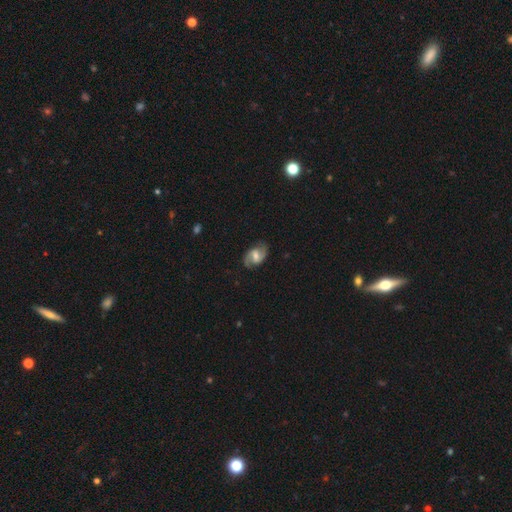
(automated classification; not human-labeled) A featured or disk galaxy (83%) with a weak bar (55%), 2 (93%) medium (52%) spiral arms (95%) and a moderate central bulge (60%). Merging: none (84%).